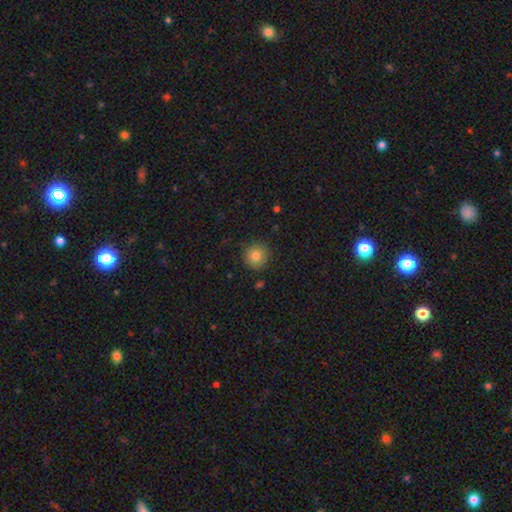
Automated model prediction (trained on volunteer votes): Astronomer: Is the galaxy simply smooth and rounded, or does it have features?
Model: smooth — 82%.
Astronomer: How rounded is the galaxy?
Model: round — 94%.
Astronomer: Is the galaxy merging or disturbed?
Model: none — 88%.